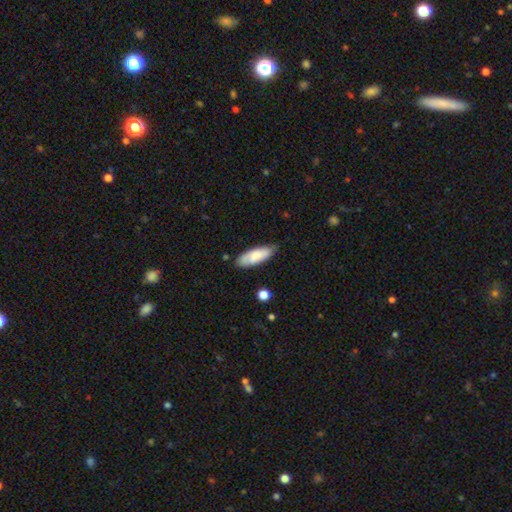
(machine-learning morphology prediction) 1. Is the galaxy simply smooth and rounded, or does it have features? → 80% smooth, 14% featured or disk, 6% star or artifact.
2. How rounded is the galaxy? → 66% in between, 33% cigar-shaped, 2% round.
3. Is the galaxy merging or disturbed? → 74% none, 21% minor disturbance, 3% major disturbance, 2% merger.